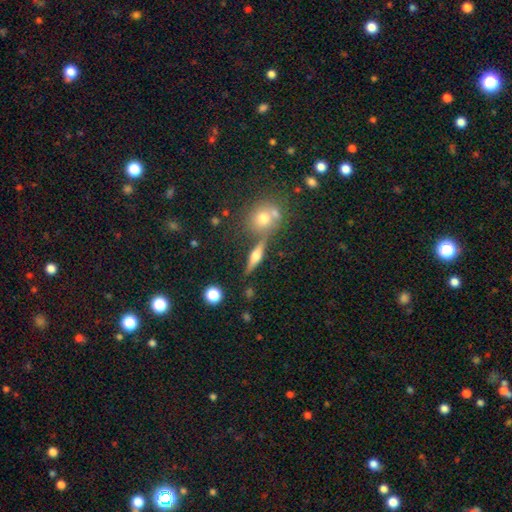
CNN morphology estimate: type=featured or disk (64%); edge-on=yes (94%); edge-on bulge=rounded (92%); merging=none (73%).